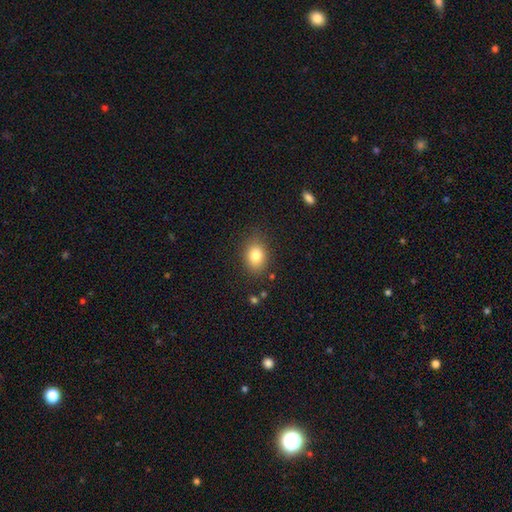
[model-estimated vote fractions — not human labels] The model was most divided on "how rounded": in between: 67%, round: 32%, cigar-shaped: 1%. More confident: smooth or featured — smooth (82%); merging — none (82%).